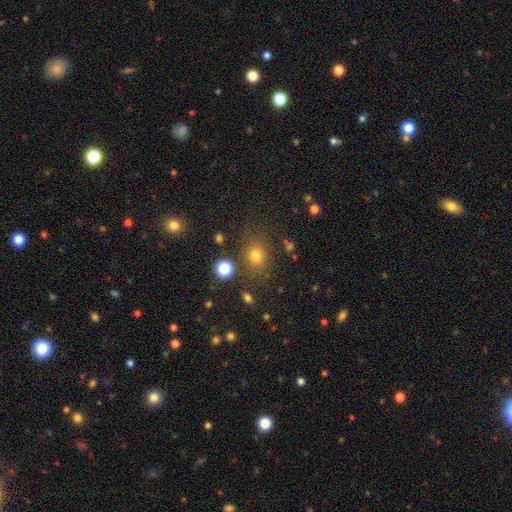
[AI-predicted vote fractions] smooth 74%, star or artifact 18%, featured or disk 8%. Down the decision tree: how rounded — round (61%); merging — none (76%).